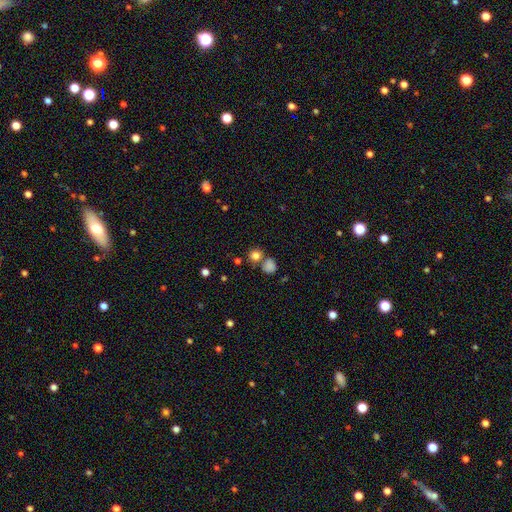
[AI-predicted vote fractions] Morphology: type=smooth (81%); roundness=round (88%); merging=none (63%).